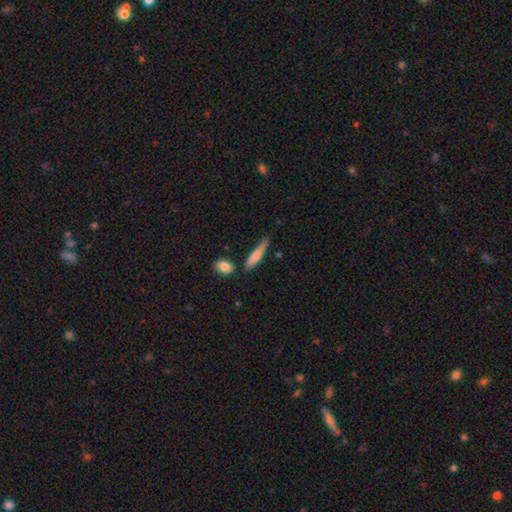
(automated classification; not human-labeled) This appears to be a smooth galaxy with no disk features (74%) that is cigar-shaped (84%). Merging: none (67%).